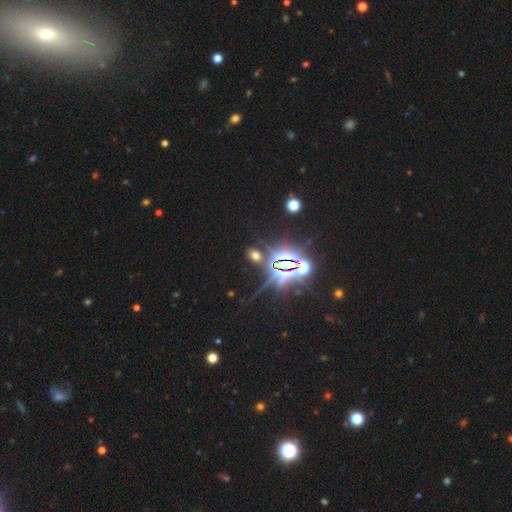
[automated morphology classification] Q: Smooth or featured?
A: star or artifact (53%); runner-up: smooth (36%)